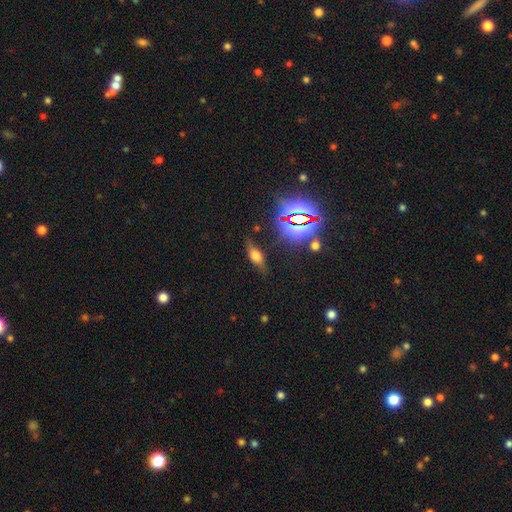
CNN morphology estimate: smooth-or-featured: smooth: 47% | featured or disk: 32% | star or artifact: 20%
  merging: none: 75% | minor disturbance: 17% | major disturbance: 6% | merger: 2%